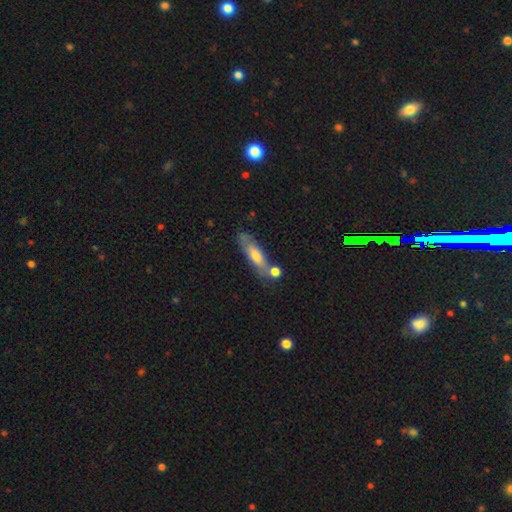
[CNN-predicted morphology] smooth-or-featured: smooth: 64% | featured or disk: 30% | star or artifact: 7%
  how-rounded: cigar-shaped: 60% | in between: 38% | round: 2%
  merging: none: 59% | merger: 18% | minor disturbance: 17% | major disturbance: 6%